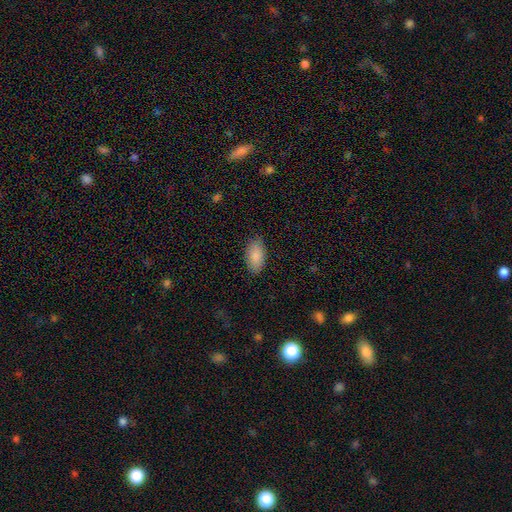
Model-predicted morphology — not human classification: smooth-or-featured: smooth: 88% | star or artifact: 6% | featured or disk: 6%
  how-rounded: in between: 93% | cigar-shaped: 5% | round: 2%
  merging: none: 86% | minor disturbance: 11% | major disturbance: 3% | merger: 1%